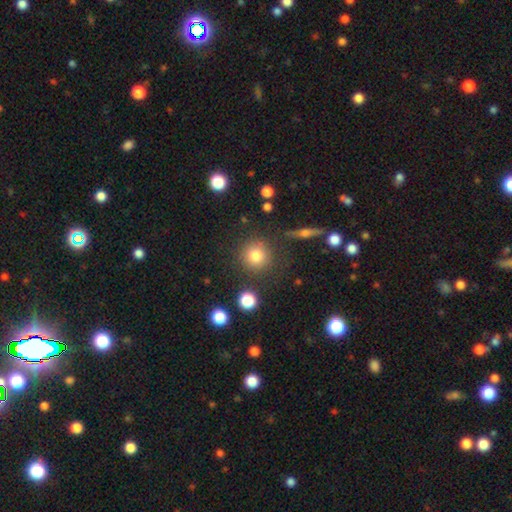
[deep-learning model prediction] smooth_or_featured: smooth (p=0.79) [alt: star or artifact p=0.12]
how_rounded: round (p=0.92) [alt: in between p=0.07]
merging: none (p=0.83) [alt: minor disturbance p=0.09]